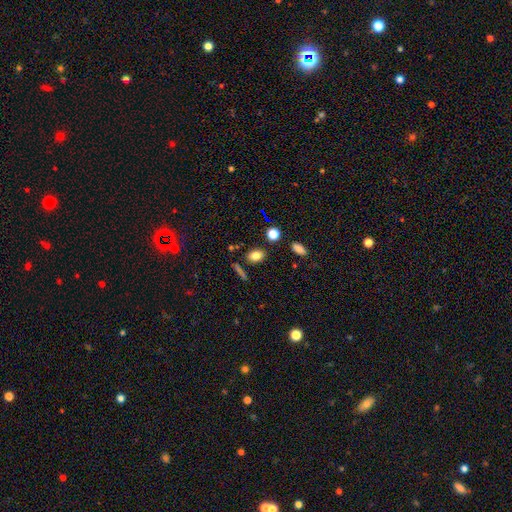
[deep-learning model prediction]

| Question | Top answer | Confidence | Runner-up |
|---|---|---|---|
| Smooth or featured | smooth | 79% | star or artifact (12%) |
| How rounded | in between | 74% | round (23%) |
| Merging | none | 81% | minor disturbance (11%) |